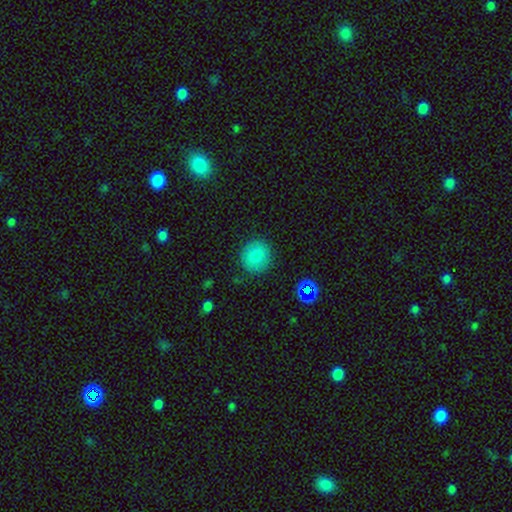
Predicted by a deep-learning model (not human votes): Q: Smooth or featured?
A: smooth (83%); runner-up: star or artifact (10%)
Q: How rounded?
A: round (91%); runner-up: in between (8%)
Q: Merging?
A: none (86%); runner-up: minor disturbance (9%)